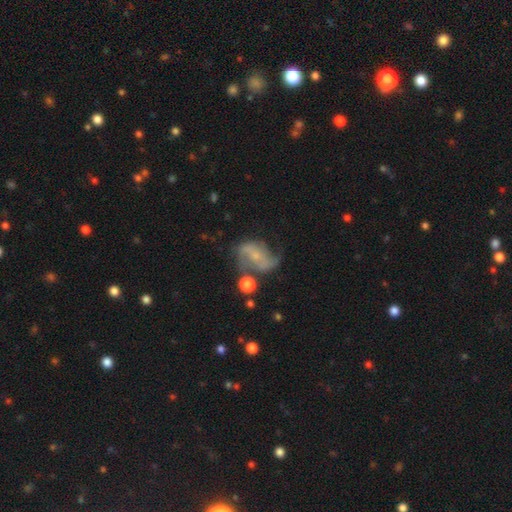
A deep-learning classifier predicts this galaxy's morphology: This is likely a featured or disk galaxy (71%). It is clearly not viewed edge-on (96%). Bar: possibly no (53%). Spiral arm pattern: clearly yes (85%). Spiral arm count: clearly 2 (82%). Spiral winding: possibly loose (57%). Central bulge: likely small (73%). Merging: possibly none (46%).